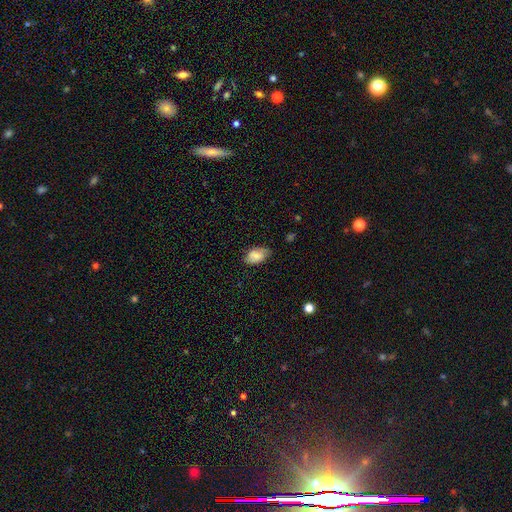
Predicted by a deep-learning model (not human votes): A smooth galaxy with no disk features (76%) that is in between round and cigar-shaped (91%). Merging: none (66%).